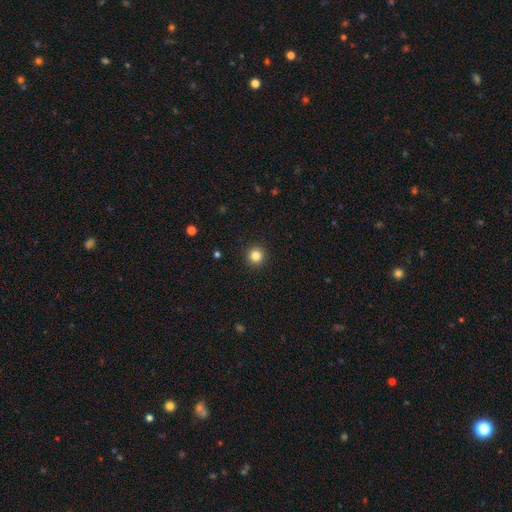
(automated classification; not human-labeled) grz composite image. It shows a smooth galaxy with no disk features (84%) that is round (95%). Merging: none (93%).